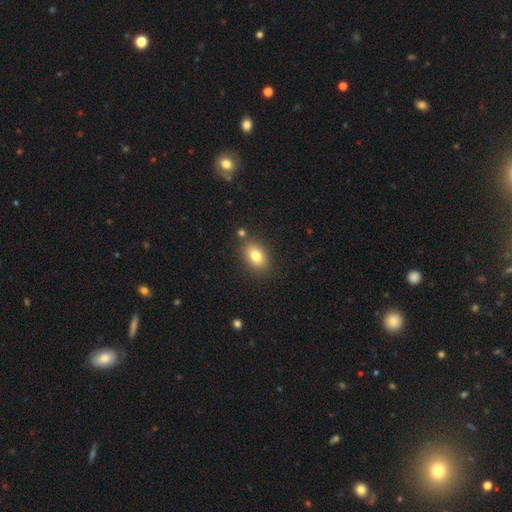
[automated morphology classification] smooth_or_featured: smooth (p=0.80) [alt: featured or disk p=0.11]
how_rounded: in between (p=0.80) [alt: round p=0.18]
merging: none (p=0.81) [alt: minor disturbance p=0.11]